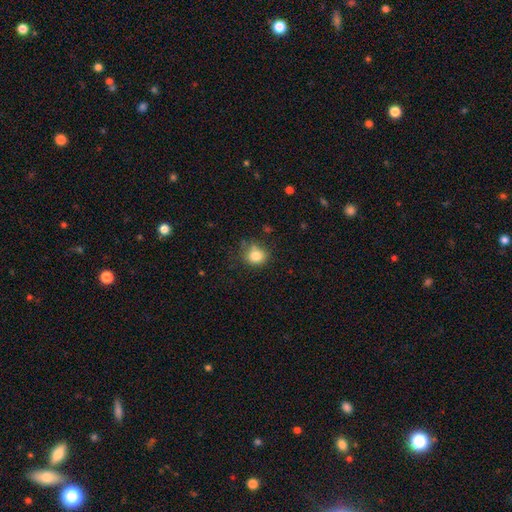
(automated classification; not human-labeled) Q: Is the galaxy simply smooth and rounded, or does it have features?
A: smooth — 82%.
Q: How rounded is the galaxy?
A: round — 74%.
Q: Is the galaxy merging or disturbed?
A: none — 69%.